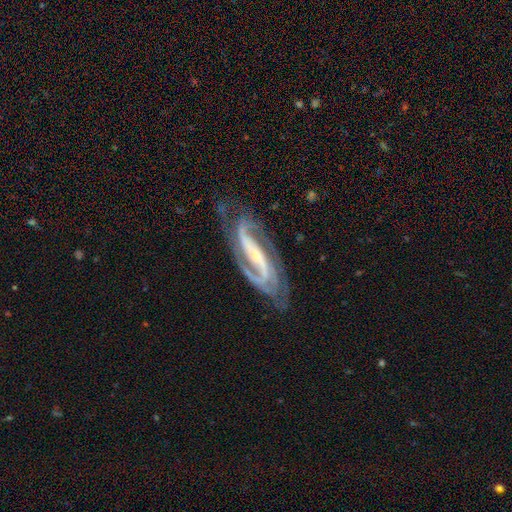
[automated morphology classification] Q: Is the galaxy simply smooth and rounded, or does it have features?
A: featured or disk — 92%.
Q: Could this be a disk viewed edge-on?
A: no — 94%.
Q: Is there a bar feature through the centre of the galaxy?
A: strong — 53%.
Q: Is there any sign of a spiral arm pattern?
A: yes — 98%.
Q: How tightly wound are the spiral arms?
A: medium — 52%.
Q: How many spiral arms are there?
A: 2 — 85%.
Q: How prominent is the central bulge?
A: small — 71%.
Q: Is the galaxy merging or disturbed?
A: none — 75%.